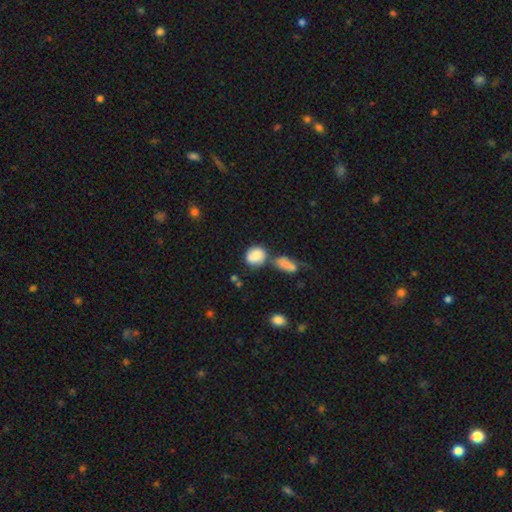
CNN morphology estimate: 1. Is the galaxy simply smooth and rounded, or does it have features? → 82% smooth, 10% featured or disk, 8% star or artifact.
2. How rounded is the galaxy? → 54% round, 44% in between, 2% cigar-shaped.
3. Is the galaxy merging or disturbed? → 43% none, 33% merger, 17% minor disturbance, 8% major disturbance.